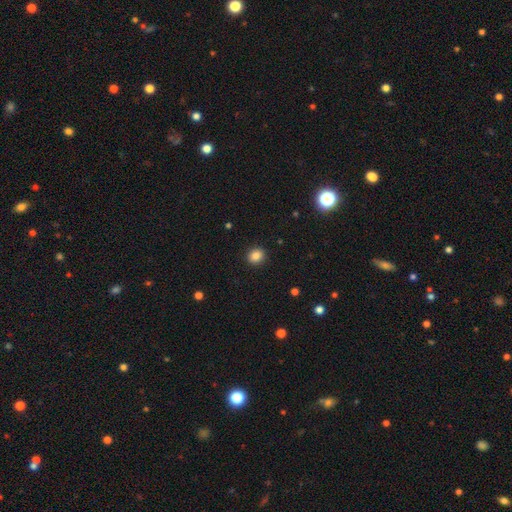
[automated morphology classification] smooth-or-featured: smooth: 85% | star or artifact: 11% | featured or disk: 4%
  how-rounded: round: 78% | in between: 21% | cigar-shaped: 1%
  merging: none: 92% | minor disturbance: 6% | major disturbance: 2% | merger: 1%